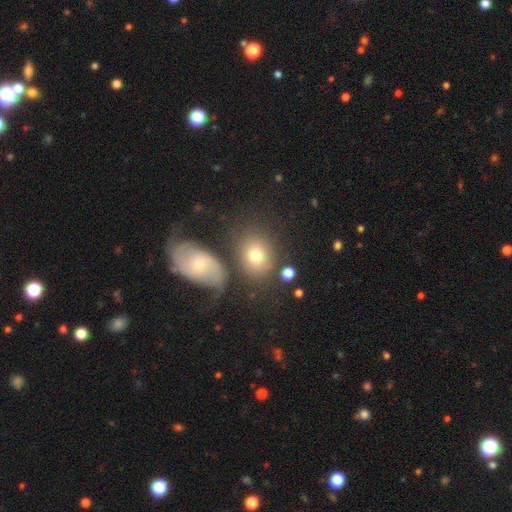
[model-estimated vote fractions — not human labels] smooth 73%, featured or disk 17%, star or artifact 10%. Down the decision tree: how rounded — in between (55%); merging — none (62%).